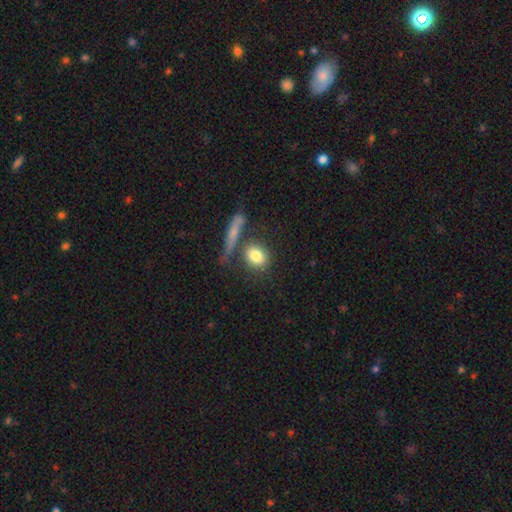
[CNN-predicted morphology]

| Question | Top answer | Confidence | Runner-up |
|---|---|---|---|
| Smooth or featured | smooth | 80% | featured or disk (11%) |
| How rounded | round | 57% | in between (37%) |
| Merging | none | 68% | merger (15%) |